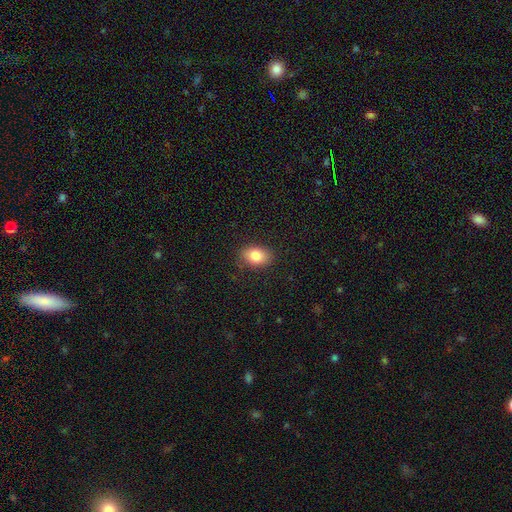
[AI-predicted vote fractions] Smooth or featured?
  - smooth: 82% *
  - featured or disk: 9%
  - star or artifact: 9%
How rounded?
  - in between: 77% *
  - round: 22%
  - cigar-shaped: 1%
Merging?
  - none: 85% *
  - minor disturbance: 11%
  - major disturbance: 3%
  - merger: 1%